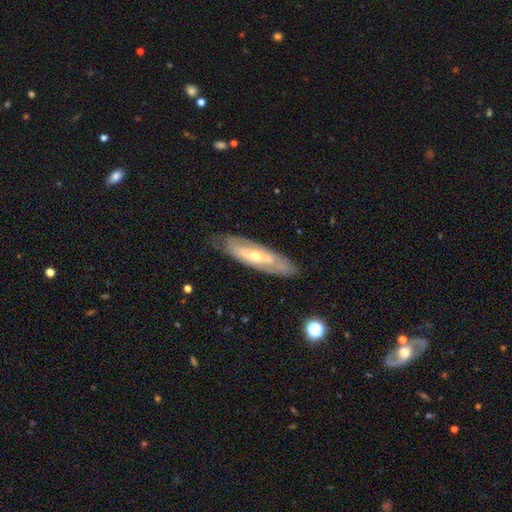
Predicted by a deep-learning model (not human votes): smooth_or_featured: featured or disk (p=0.72) [alt: smooth p=0.22]
disk_edge_on: no (p=0.73) [alt: yes p=0.27]
bar: no (p=0.58) [alt: weak p=0.27]
has_spiral_arms: yes (p=0.60) [alt: no p=0.40]
bulge_size: small (p=0.53) [alt: moderate p=0.43]
merging: none (p=0.77) [alt: minor disturbance p=0.17]